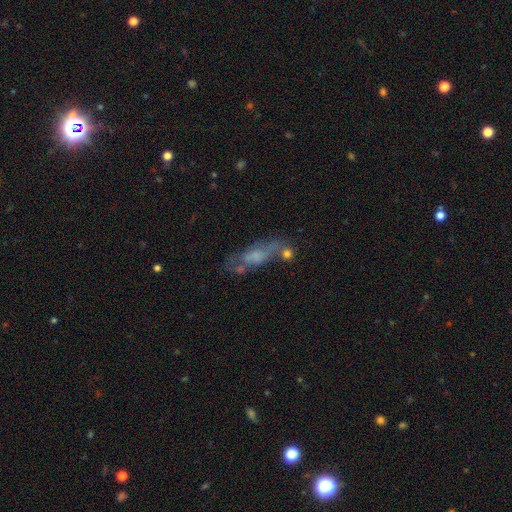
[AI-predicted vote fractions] Q: Smooth or featured?
A: featured or disk (47%); runner-up: smooth (41%)
Q: Merging?
A: none (38%); runner-up: minor disturbance (21%)